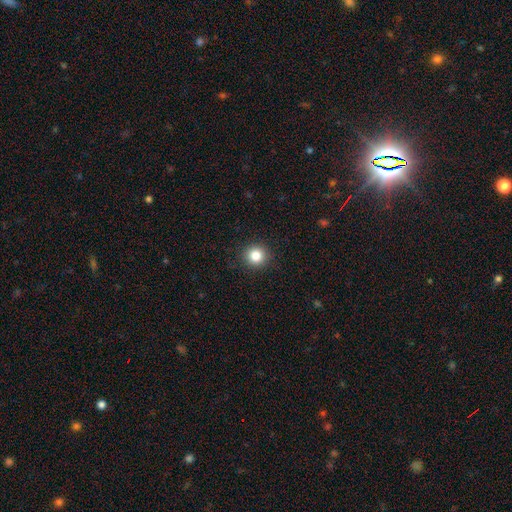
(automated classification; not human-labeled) Smooth or featured? smooth (84%)
How rounded? round (93%)
Merging? none (92%)